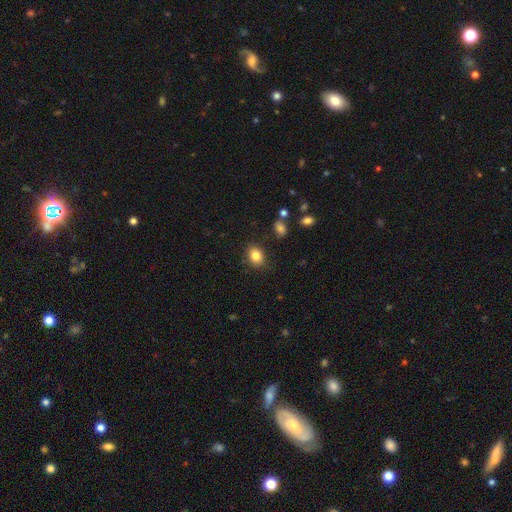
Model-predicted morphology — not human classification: Smooth or featured? Predicted: smooth (p=0.84). How rounded? Predicted: in between (p=0.52). Merging? Predicted: none (p=0.83).